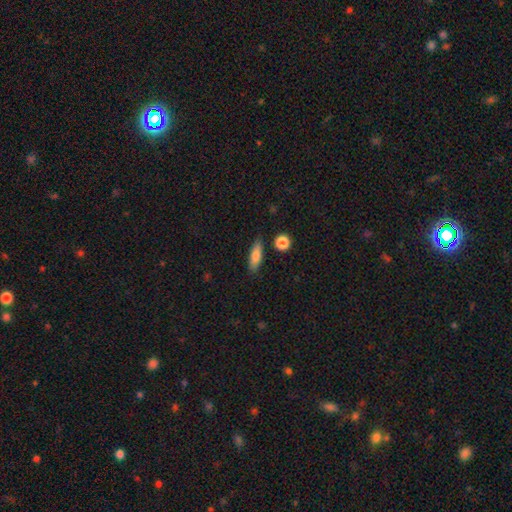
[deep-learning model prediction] Smooth or featured: smooth — 79% (featured or disk — 13%)
How rounded: cigar-shaped — 51% (in between — 46%)
Merging: none — 83% (minor disturbance — 11%)